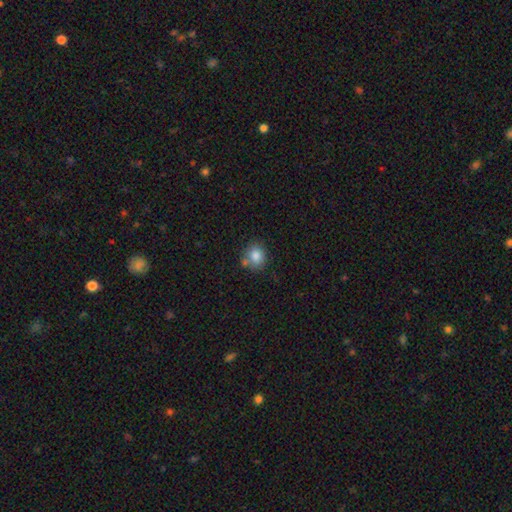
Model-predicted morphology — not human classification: Overall: smooth (83%). How rounded: round (72%). Merging: none (64%).